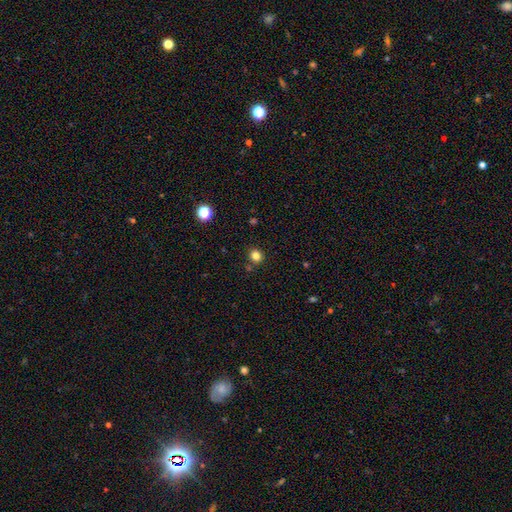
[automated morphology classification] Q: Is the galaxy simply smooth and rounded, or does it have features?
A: smooth — 81%.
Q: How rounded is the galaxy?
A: round — 79%.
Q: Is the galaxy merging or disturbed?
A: none — 84%.